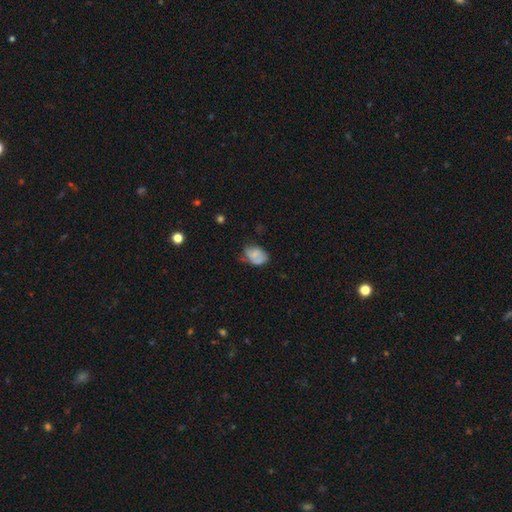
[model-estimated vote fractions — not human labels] Overall: smooth (62%; featured or disk 28%). How rounded: in between (78%). Merging: none (43%; minor disturbance 37%).